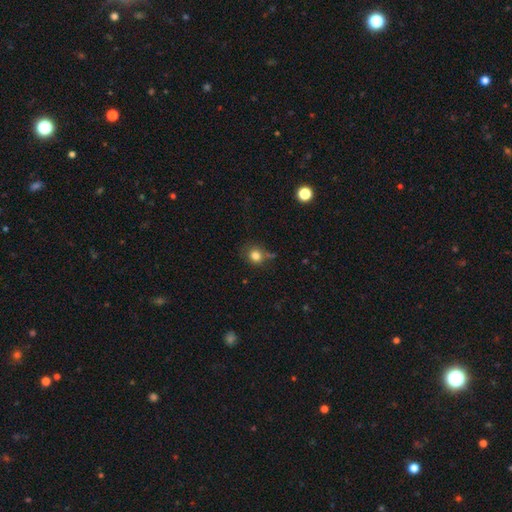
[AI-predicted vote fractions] smooth_or_featured: smooth (p=0.82) [alt: star or artifact p=0.12]
how_rounded: round (p=0.79) [alt: in between p=0.20]
merging: none (p=0.68) [alt: minor disturbance p=0.19]